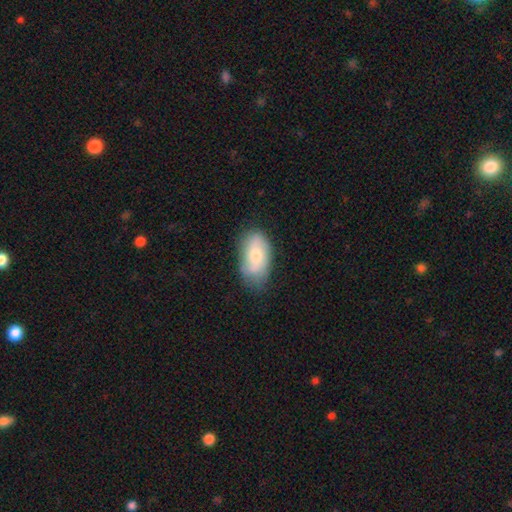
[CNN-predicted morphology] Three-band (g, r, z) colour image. It shows a smooth galaxy with no disk features (65%) that is in between round and cigar-shaped (92%). Merging: none (67%).